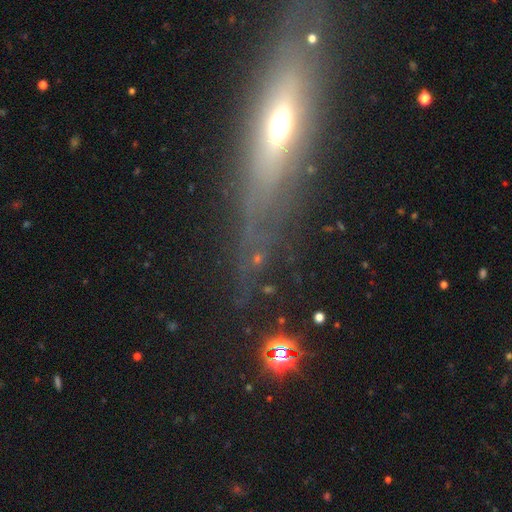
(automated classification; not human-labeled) A featured or disk galaxy (44%).

Vote fractions:
- Smooth or featured? featured or disk: 44% / smooth: 32% / star or artifact: 24%
- Merging? none: 70% / minor disturbance: 15% / major disturbance: 12% / merger: 4%